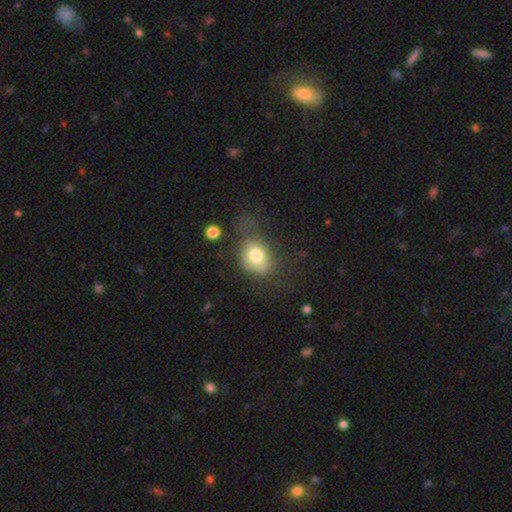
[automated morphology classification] Smooth or featured?
  - smooth: 75% *
  - featured or disk: 16%
  - star or artifact: 10%
How rounded?
  - in between: 58% *
  - round: 40%
  - cigar-shaped: 2%
Merging?
  - none: 35% *
  - major disturbance: 32%
  - minor disturbance: 28%
  - merger: 5%